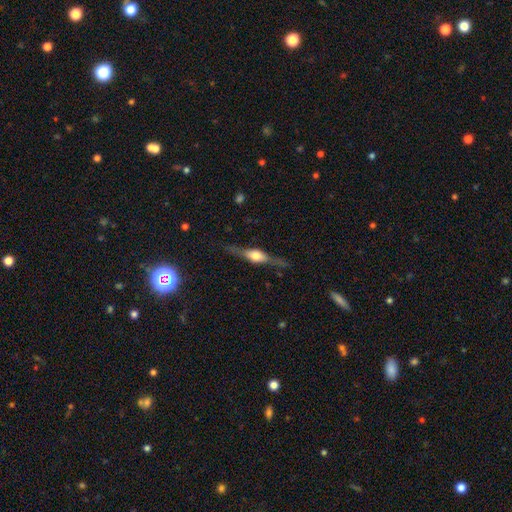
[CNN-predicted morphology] This appears to be a featured or disk galaxy (75%) viewed edge-on (96%) with a rounded central bulge (88%). Merging: none (82%).